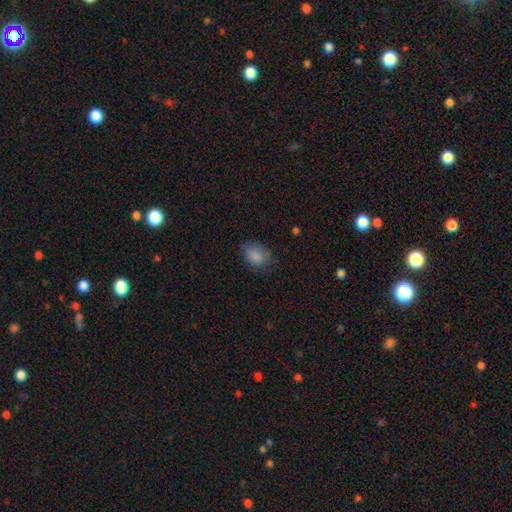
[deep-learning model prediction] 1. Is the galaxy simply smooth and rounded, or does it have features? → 84% smooth, 9% star or artifact, 7% featured or disk.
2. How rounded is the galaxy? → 69% in between, 29% round, 1% cigar-shaped.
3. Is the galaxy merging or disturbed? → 68% none, 23% minor disturbance, 7% major disturbance, 1% merger.